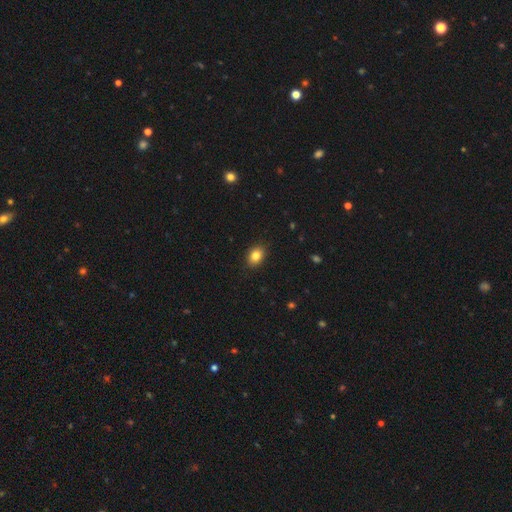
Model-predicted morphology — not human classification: smooth-or-featured: smooth: 84% | star or artifact: 10% | featured or disk: 7%
  how-rounded: in between: 67% | round: 32% | cigar-shaped: 1%
  merging: none: 89% | minor disturbance: 8% | major disturbance: 2% | merger: 1%